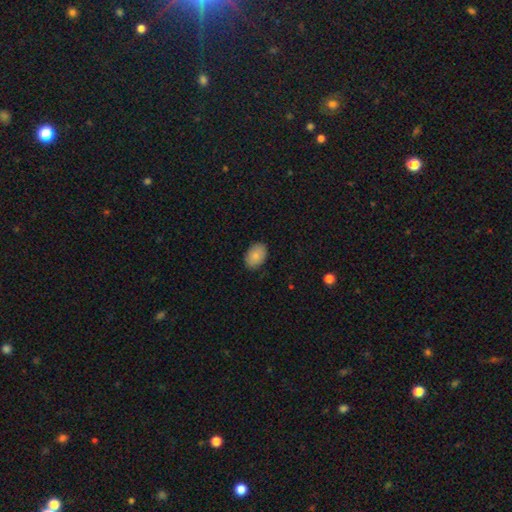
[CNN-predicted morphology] Q: Smooth or featured?
A: smooth (85%); runner-up: featured or disk (8%)
Q: How rounded?
A: in between (85%); runner-up: round (14%)
Q: Merging?
A: none (86%); runner-up: minor disturbance (11%)